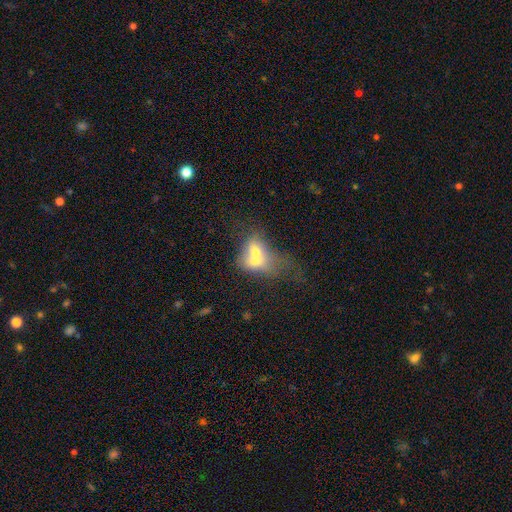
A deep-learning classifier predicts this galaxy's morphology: smooth-or-featured: smooth: 59% | featured or disk: 30% | star or artifact: 10%
  how-rounded: in between: 70% | round: 26% | cigar-shaped: 3%
  merging: merger: 66% | major disturbance: 13% | none: 12% | minor disturbance: 9%